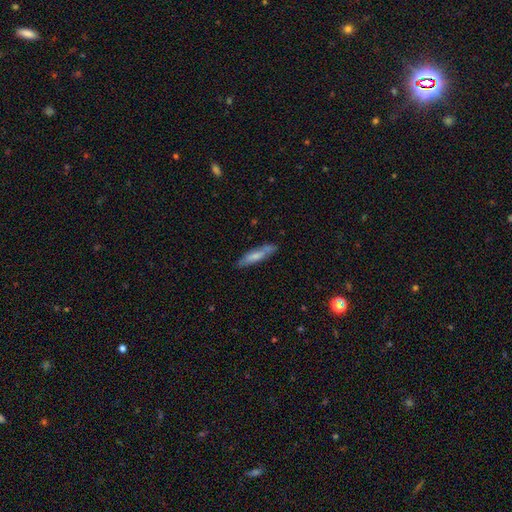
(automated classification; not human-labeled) Overall: smooth (63%; featured or disk 31%). How rounded: cigar-shaped (82%). Merging: none (78%).